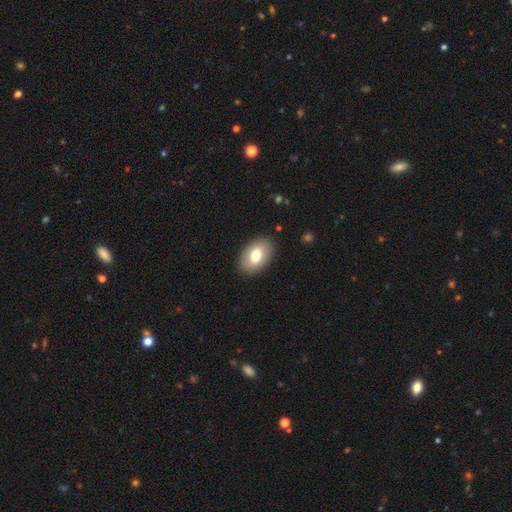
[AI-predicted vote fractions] Smooth or featured? Predicted: smooth (p=0.77). How rounded? Predicted: in between (p=0.91). Merging? Predicted: none (p=0.88).